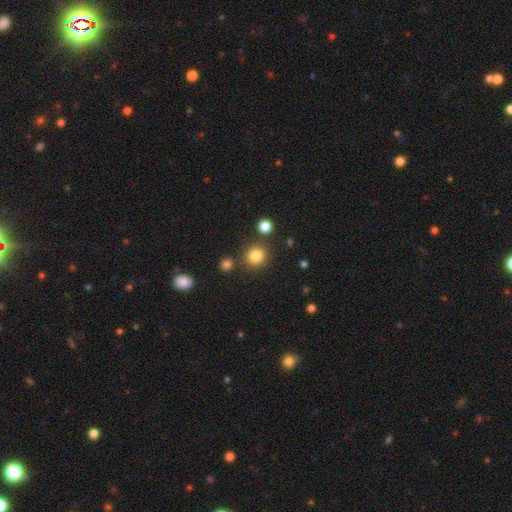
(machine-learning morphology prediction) Smooth or featured? Predicted: smooth (p=0.83). How rounded? Predicted: round (p=0.85). Merging? Predicted: none (p=0.82).